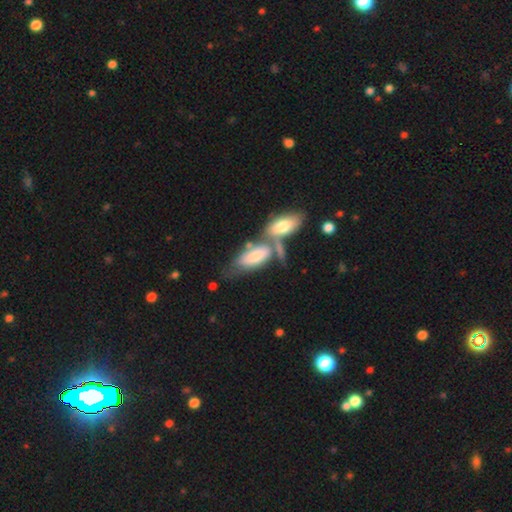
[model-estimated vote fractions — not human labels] smooth_or_featured: smooth (p=0.65) [alt: featured or disk p=0.29]
how_rounded: in between (p=0.82) [alt: cigar-shaped p=0.16]
merging: merger (p=0.51) [alt: none p=0.26]